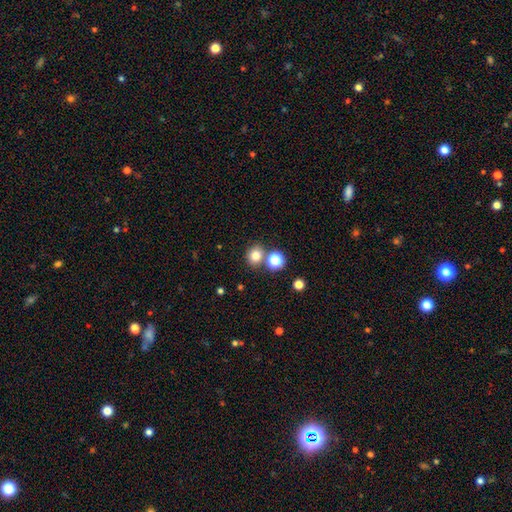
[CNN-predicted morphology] A smooth galaxy with no disk features (78%) that is round (78%).

Vote fractions:
- Smooth or featured? smooth: 78% / star or artifact: 15% / featured or disk: 6%
- How rounded? round: 78% / in between: 21% / cigar-shaped: 1%
- Merging? none: 70% / merger: 19% / minor disturbance: 8% / major disturbance: 3%